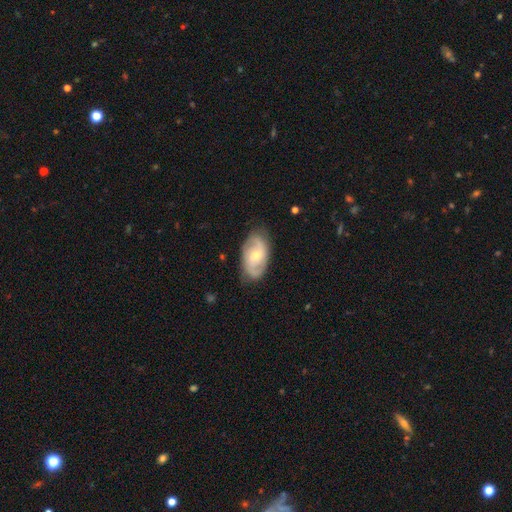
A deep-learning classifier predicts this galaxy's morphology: This appears to be a featured or disk galaxy (70%) with no bar (47%), 2 (77%) medium (46%) spiral arms (89%) and a small central bulge (53%). Merging: none (78%).